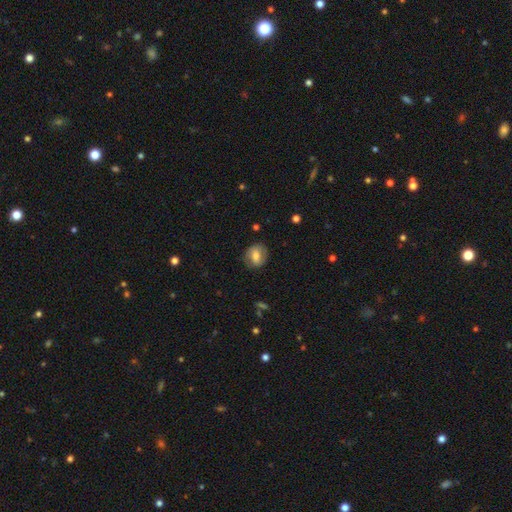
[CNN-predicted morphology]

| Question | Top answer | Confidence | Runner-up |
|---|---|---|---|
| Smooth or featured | smooth | 68% | featured or disk (24%) |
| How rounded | round | 63% | in between (36%) |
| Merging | none | 79% | minor disturbance (15%) |